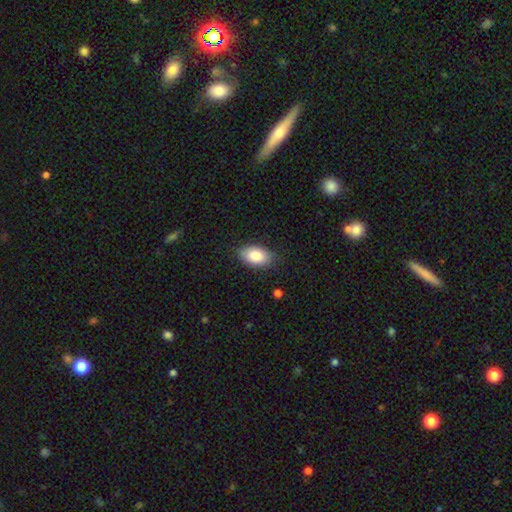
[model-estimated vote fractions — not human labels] Smooth or featured?
  - smooth: 84% *
  - featured or disk: 9%
  - star or artifact: 7%
How rounded?
  - in between: 93% *
  - round: 6%
  - cigar-shaped: 2%
Merging?
  - none: 83% *
  - minor disturbance: 13%
  - major disturbance: 3%
  - merger: 1%